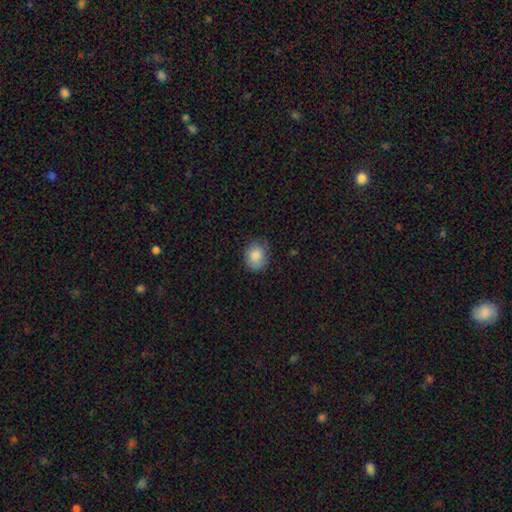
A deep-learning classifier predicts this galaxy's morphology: Smooth or featured: smooth — 85% (star or artifact — 7%)
How rounded: round — 60% (in between — 39%)
Merging: none — 71% (minor disturbance — 23%)